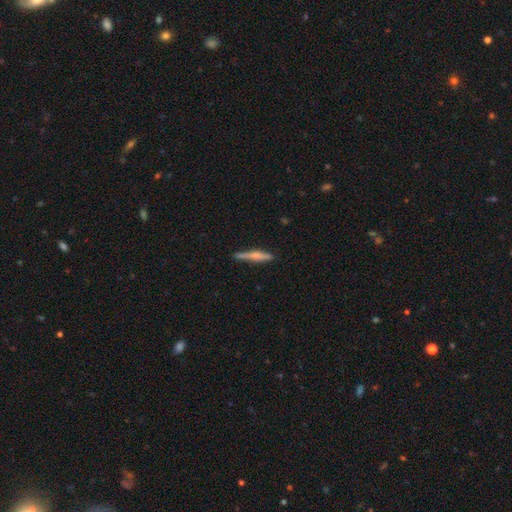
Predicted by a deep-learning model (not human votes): A smooth galaxy with no disk features (49%).

Vote fractions:
- Smooth or featured? smooth: 49% / featured or disk: 45% / star or artifact: 6%
- Merging? none: 82% / minor disturbance: 13% / major disturbance: 2% / merger: 2%